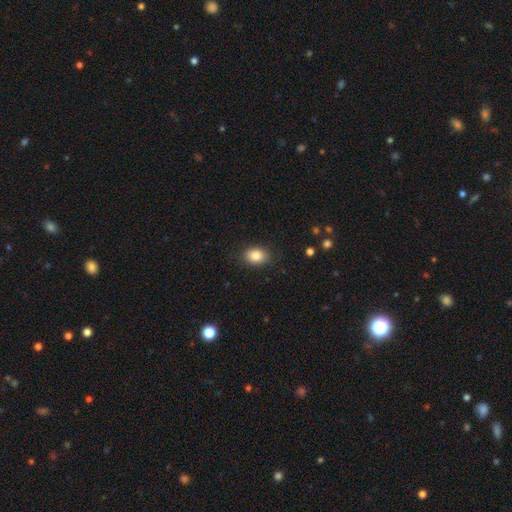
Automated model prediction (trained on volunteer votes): Smooth or featured: smooth — 86% (star or artifact — 9%)
How rounded: in between — 70% (round — 29%)
Merging: none — 86% (minor disturbance — 10%)